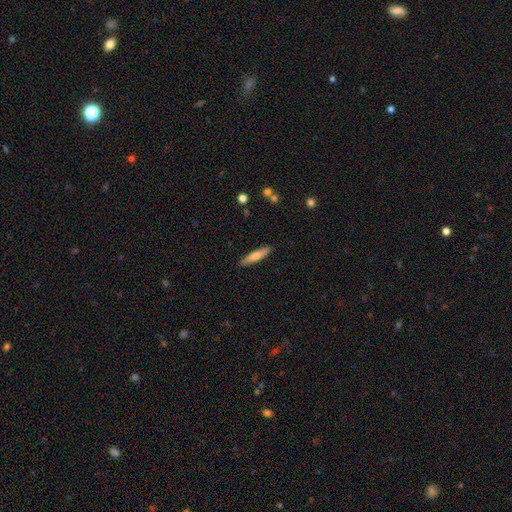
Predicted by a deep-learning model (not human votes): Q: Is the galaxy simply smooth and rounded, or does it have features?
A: smooth — 70%.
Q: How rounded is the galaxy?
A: cigar-shaped — 83%.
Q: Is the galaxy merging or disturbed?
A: none — 88%.